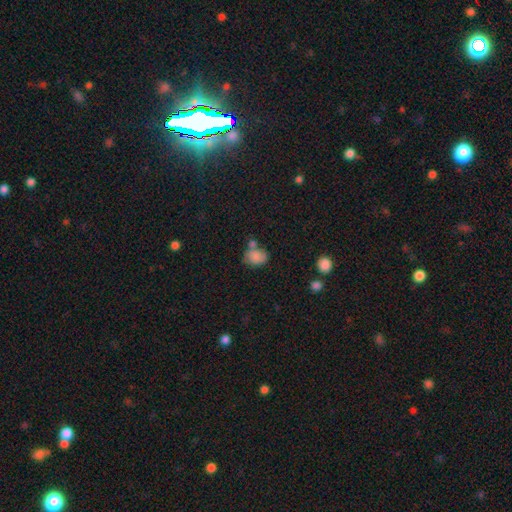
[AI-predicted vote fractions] The model was most divided on "merging": none: 50%, merger: 22%, minor disturbance: 21%, major disturbance: 7%. More confident: smooth or featured — smooth (82%); how rounded — in between (65%).